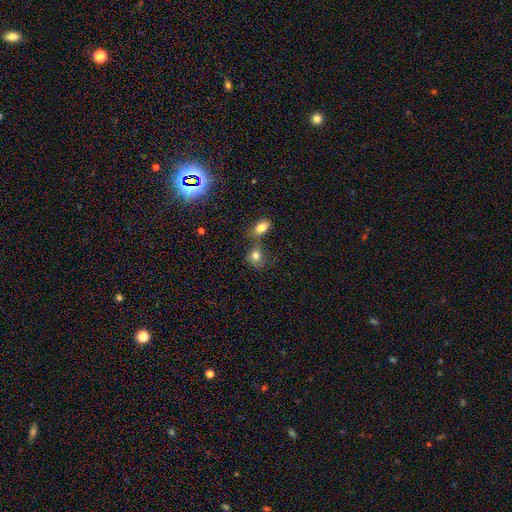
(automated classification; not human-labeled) Smooth or featured? smooth (79%)
How rounded? round (51%)
Merging? none (46%)